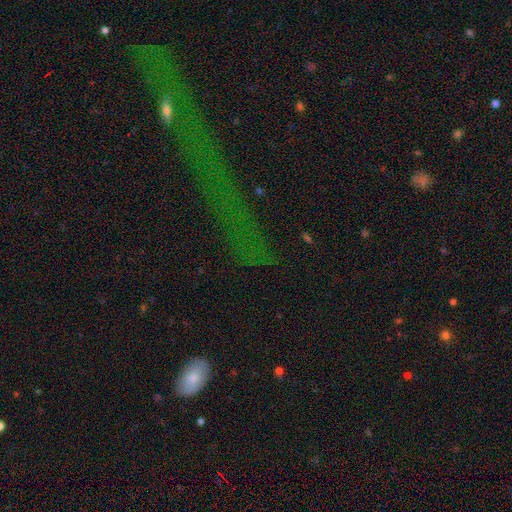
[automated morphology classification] smooth-or-featured: star or artifact: 51% | smooth: 31% | featured or disk: 18%